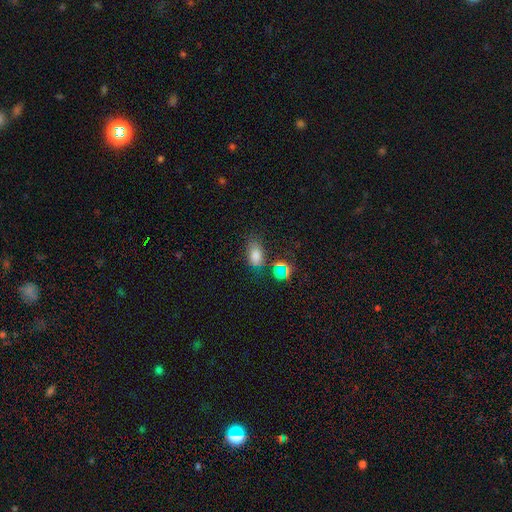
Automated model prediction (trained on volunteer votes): smooth-or-featured: smooth: 73% | star or artifact: 18% | featured or disk: 9%
  how-rounded: in between: 82% | round: 15% | cigar-shaped: 2%
  merging: none: 61% | minor disturbance: 21% | merger: 10% | major disturbance: 8%